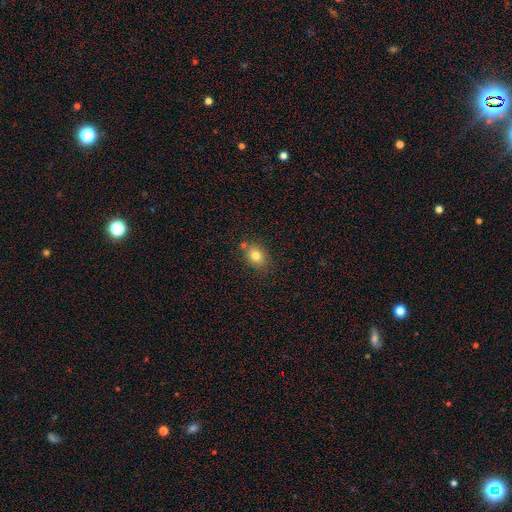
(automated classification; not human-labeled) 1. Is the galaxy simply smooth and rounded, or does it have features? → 80% smooth, 11% star or artifact, 9% featured or disk.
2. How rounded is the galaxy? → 50% round, 49% in between, 1% cigar-shaped.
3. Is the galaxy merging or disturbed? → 73% none, 14% minor disturbance, 10% merger, 3% major disturbance.